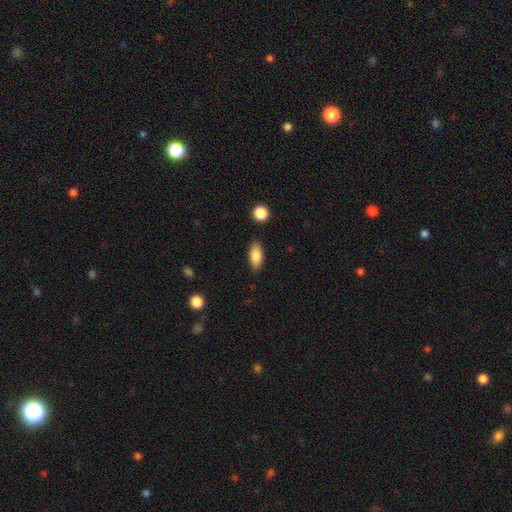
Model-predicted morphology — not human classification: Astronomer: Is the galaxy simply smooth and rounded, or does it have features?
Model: smooth — 84%.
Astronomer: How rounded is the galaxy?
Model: in between — 85%.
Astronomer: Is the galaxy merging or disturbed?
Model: none — 86%.